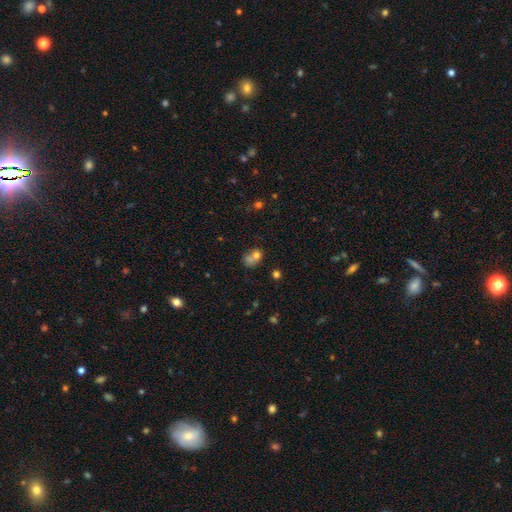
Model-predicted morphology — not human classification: A smooth galaxy with no disk features (69%) that is round (58%). Merging: merger (55%).